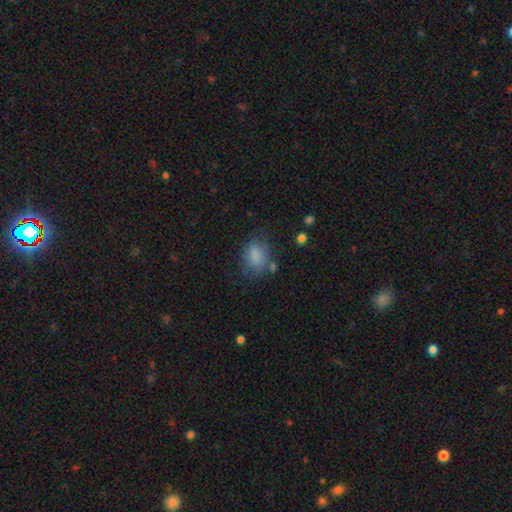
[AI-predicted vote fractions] smooth_or_featured: smooth (p=0.81) [alt: star or artifact p=0.10]
how_rounded: in between (p=0.65) [alt: round p=0.33]
merging: none (p=0.61) [alt: minor disturbance p=0.23]